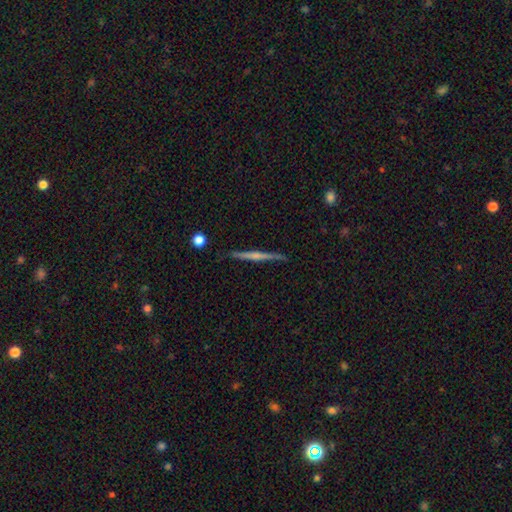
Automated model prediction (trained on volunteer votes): A featured or disk galaxy (65%) viewed edge-on (98%) with a rounded central bulge (50%). Merging: none (90%).